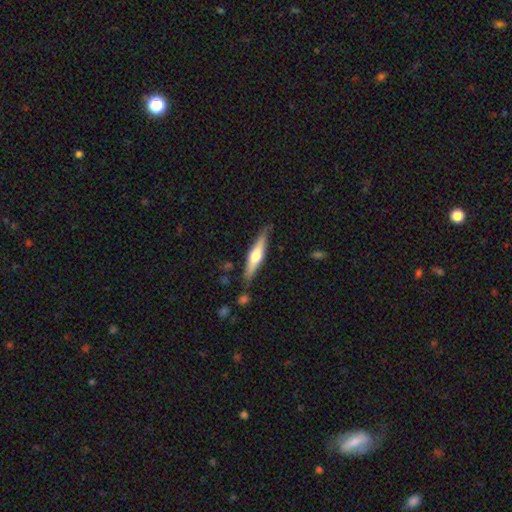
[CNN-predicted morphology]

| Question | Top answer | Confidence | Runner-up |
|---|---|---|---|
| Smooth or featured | featured or disk | 55% | smooth (39%) |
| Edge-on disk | yes | 95% | no (5%) |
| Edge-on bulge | rounded | 90% | boxy (6%) |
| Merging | none | 81% | minor disturbance (13%) |